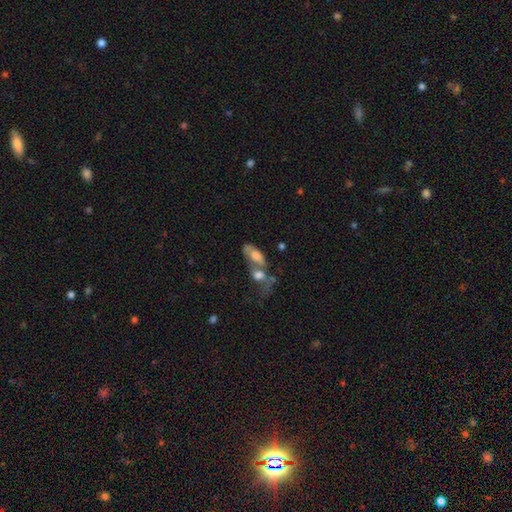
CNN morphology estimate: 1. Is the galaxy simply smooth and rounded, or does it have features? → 56% smooth, 35% featured or disk, 10% star or artifact.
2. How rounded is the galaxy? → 82% in between, 11% cigar-shaped, 8% round.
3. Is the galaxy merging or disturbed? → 63% merger, 16% none, 12% major disturbance, 9% minor disturbance.